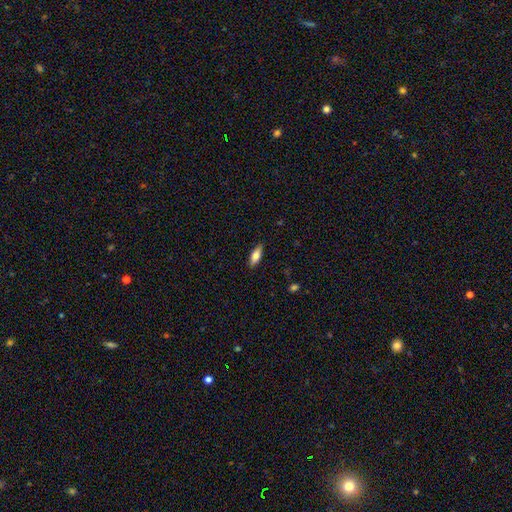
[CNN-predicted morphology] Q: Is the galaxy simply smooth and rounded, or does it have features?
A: smooth — 74%.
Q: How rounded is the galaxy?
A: in between — 72%.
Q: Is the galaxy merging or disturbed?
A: none — 87%.